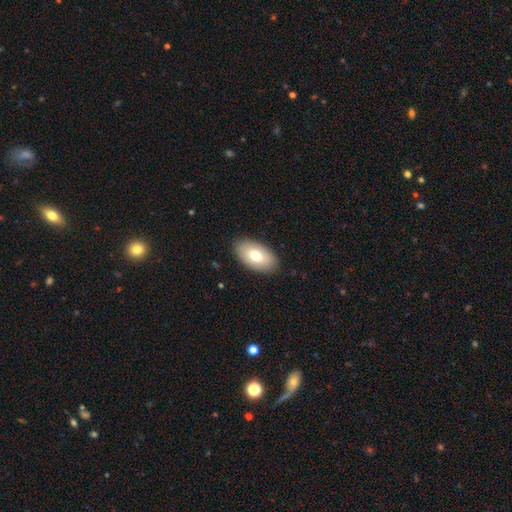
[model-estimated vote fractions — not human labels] This appears to be a smooth galaxy with no disk features (72%) that is in between round and cigar-shaped (94%). Merging: none (87%).